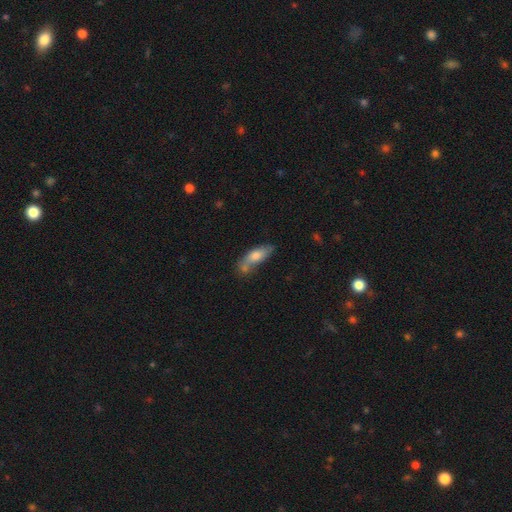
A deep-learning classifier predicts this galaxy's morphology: A smooth galaxy with no disk features (69%) that is in between round and cigar-shaped (59%). Merging: none (48%).